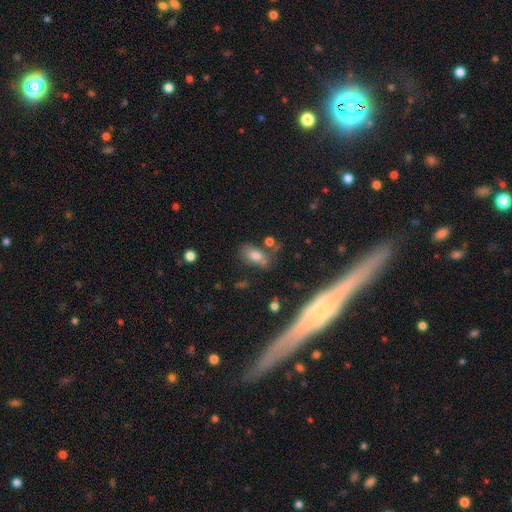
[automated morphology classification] Smooth or featured?
  - smooth: 73% *
  - featured or disk: 15%
  - star or artifact: 12%
How rounded?
  - in between: 86% *
  - round: 9%
  - cigar-shaped: 5%
Merging?
  - none: 61% *
  - minor disturbance: 20%
  - merger: 12%
  - major disturbance: 8%